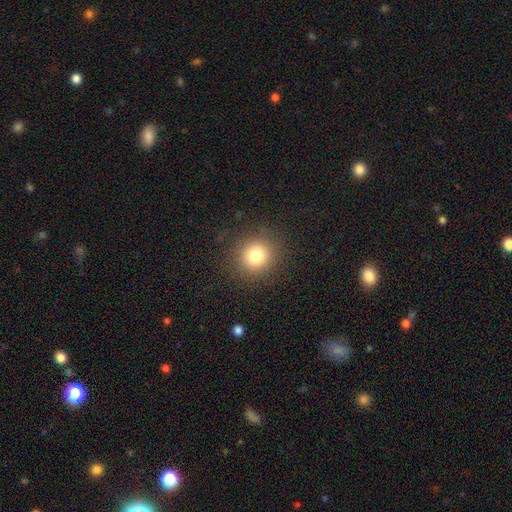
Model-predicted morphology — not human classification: smooth-or-featured: smooth: 79% | star or artifact: 13% | featured or disk: 8%
  how-rounded: round: 90% | in between: 9% | cigar-shaped: 1%
  merging: none: 88% | minor disturbance: 7% | major disturbance: 3% | merger: 1%